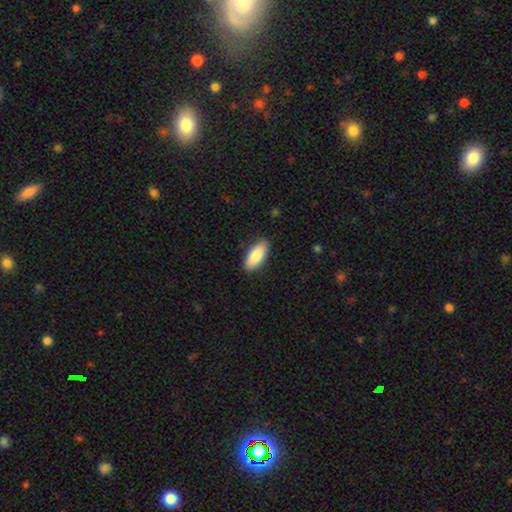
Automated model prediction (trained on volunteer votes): Q: Smooth or featured?
A: smooth (85%); runner-up: featured or disk (9%)
Q: How rounded?
A: in between (84%); runner-up: cigar-shaped (14%)
Q: Merging?
A: none (87%); runner-up: minor disturbance (10%)